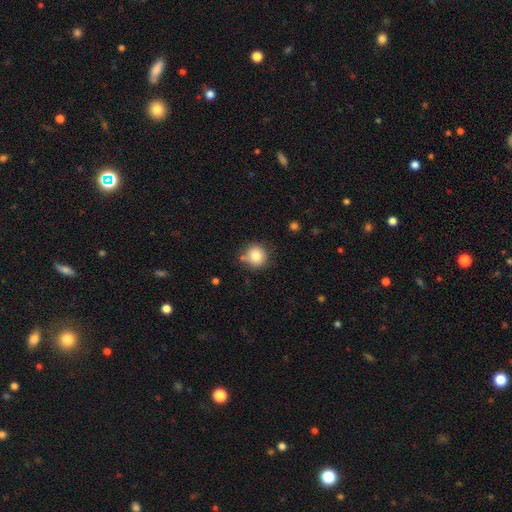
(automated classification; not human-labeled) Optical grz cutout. It shows a smooth galaxy with no disk features (81%) that is round (89%). Merging: none (74%).